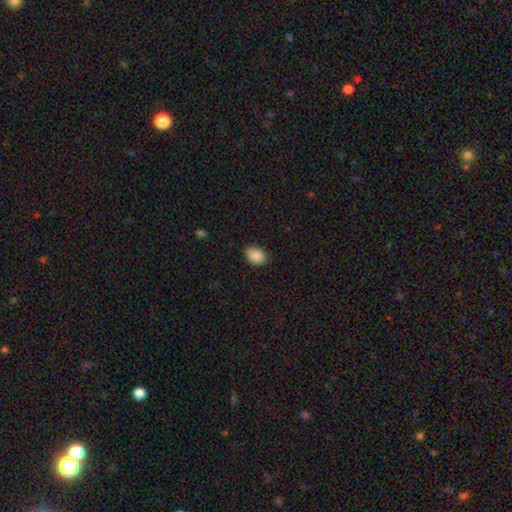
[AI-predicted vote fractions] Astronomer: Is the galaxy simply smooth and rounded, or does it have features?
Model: smooth — 89%.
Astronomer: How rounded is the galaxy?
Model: in between — 80%.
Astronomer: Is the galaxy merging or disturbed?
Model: none — 75%.